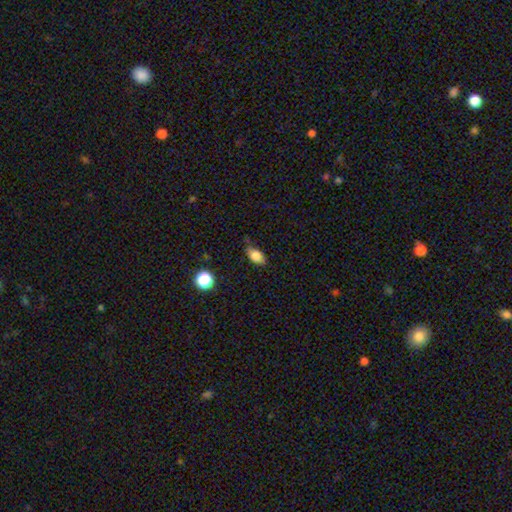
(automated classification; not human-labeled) Morphology: type=smooth (81%); roundness=in between (87%); merging=none (70%).